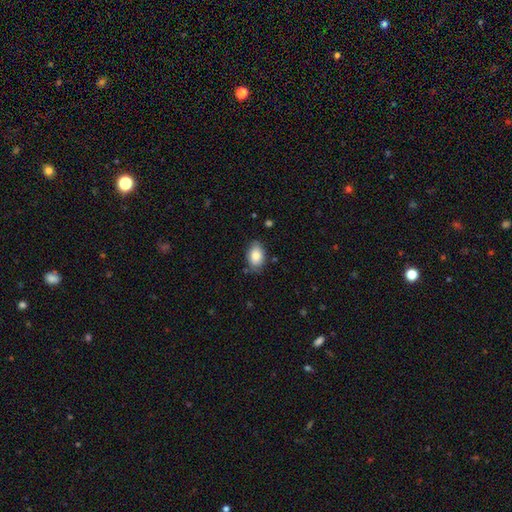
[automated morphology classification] This appears to be a smooth galaxy with no disk features (84%) that is in between round and cigar-shaped (88%). Merging: none (77%).